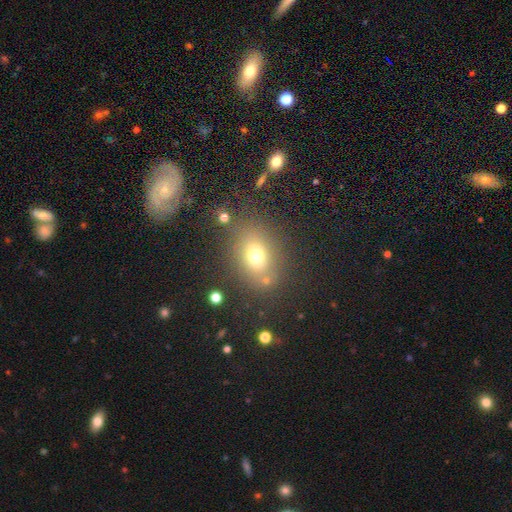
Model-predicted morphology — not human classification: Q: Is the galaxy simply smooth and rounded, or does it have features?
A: smooth — 70%.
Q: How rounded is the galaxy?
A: in between — 59%.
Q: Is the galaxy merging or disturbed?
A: none — 75%.